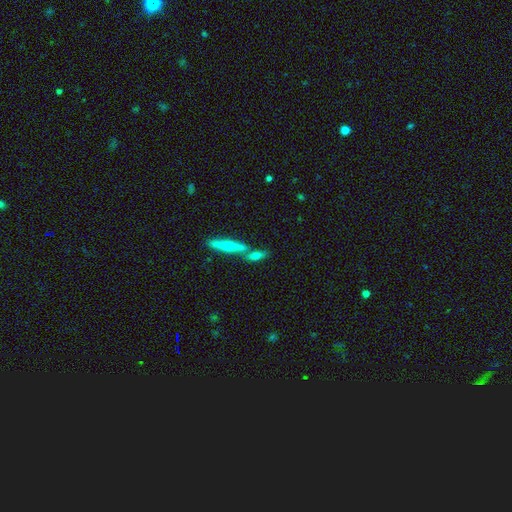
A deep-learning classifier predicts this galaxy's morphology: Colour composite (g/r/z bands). It shows a smooth galaxy with no disk features (53%) that is cigar-shaped (55%). Merging: none (53%).